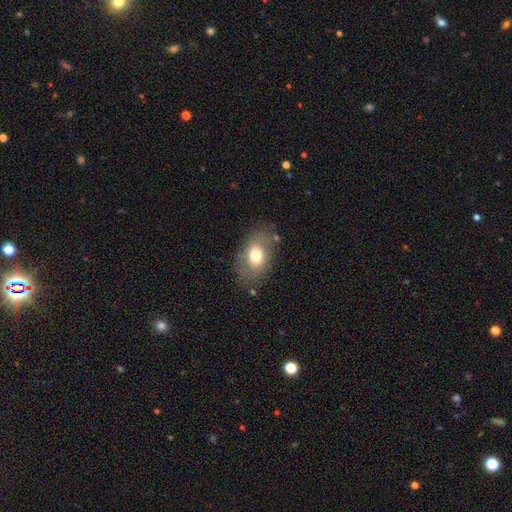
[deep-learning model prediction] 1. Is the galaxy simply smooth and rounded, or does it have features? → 68% smooth, 24% featured or disk, 8% star or artifact.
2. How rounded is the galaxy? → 82% in between, 17% round, 1% cigar-shaped.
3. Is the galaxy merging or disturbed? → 74% none, 17% minor disturbance, 7% major disturbance, 3% merger.